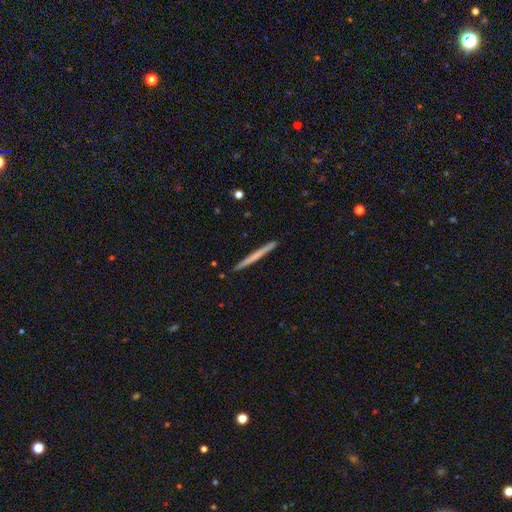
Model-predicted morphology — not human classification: smooth-or-featured: smooth: 56% | featured or disk: 38% | star or artifact: 5%
  how-rounded: cigar-shaped: 97% | in between: 1% | round: 1%
  merging: none: 92% | minor disturbance: 5% | major disturbance: 1% | merger: 1%